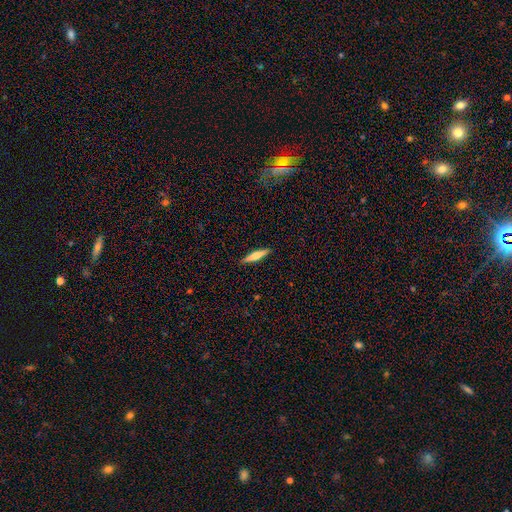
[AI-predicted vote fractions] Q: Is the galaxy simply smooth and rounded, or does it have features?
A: smooth — 49%.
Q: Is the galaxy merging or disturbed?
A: none — 91%.